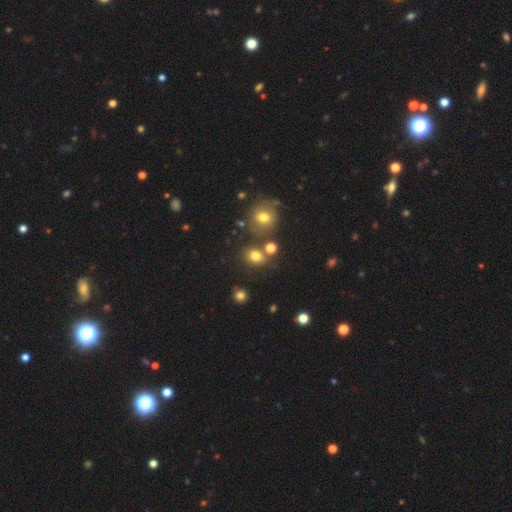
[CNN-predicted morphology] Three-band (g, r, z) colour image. It shows a smooth galaxy with no disk features (74%) that is round (61%). Merging: none (70%).